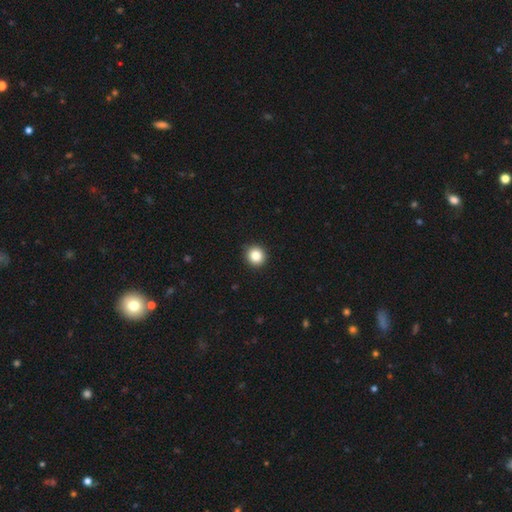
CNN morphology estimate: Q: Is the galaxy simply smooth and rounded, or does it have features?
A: smooth — 85%.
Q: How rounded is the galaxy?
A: round — 90%.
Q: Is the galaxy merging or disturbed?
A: none — 92%.